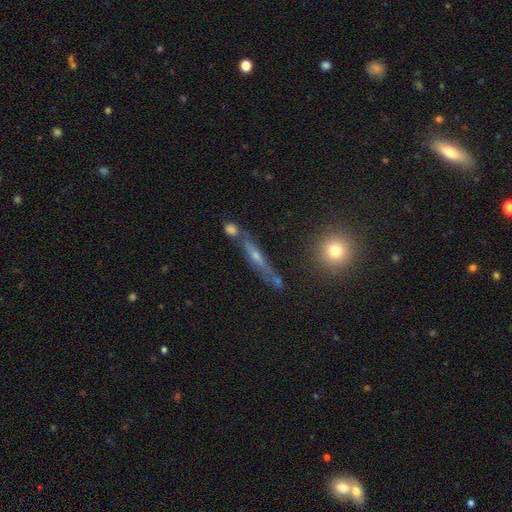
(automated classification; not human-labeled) featured or disk 66%, smooth 22%, star or artifact 12%. Down the decision tree: edge-on disk — yes (85%); edge-on bulge — rounded (64%); merging — none (69%).